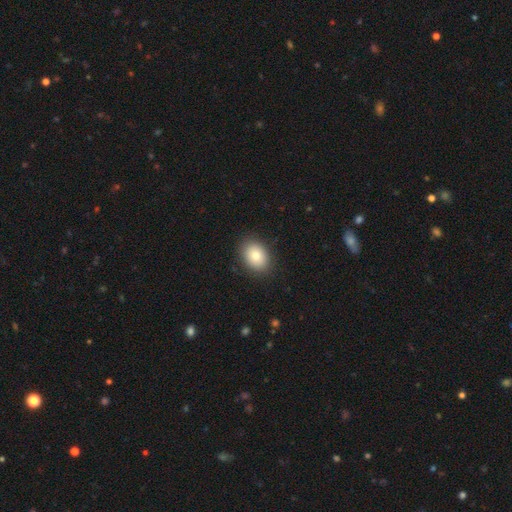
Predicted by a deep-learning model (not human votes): Smooth or featured: smooth — 82% (featured or disk — 10%)
How rounded: in between — 65% (round — 35%)
Merging: none — 88% (minor disturbance — 8%)